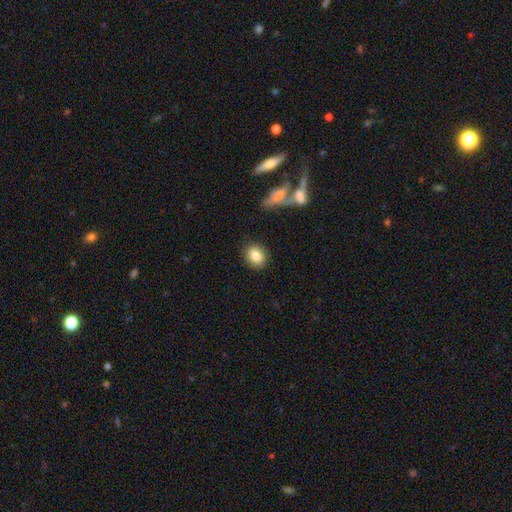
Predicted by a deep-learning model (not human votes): The model was most divided on "how rounded": round: 54%, in between: 44%, cigar-shaped: 1%. More confident: merging — none (86%); smooth or featured — smooth (83%).